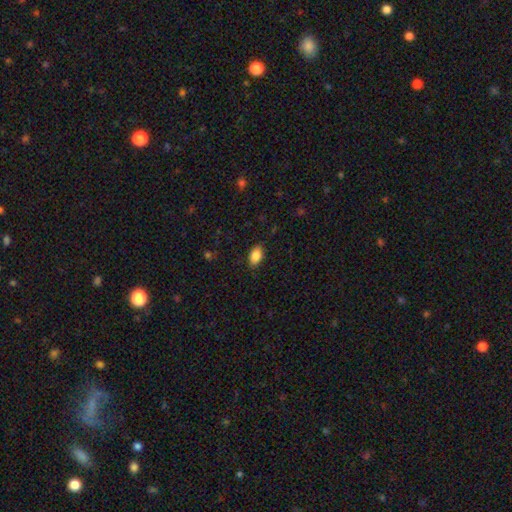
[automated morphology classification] smooth 85%, star or artifact 8%, featured or disk 7%. Down the decision tree: how rounded — in between (90%); merging — none (85%).